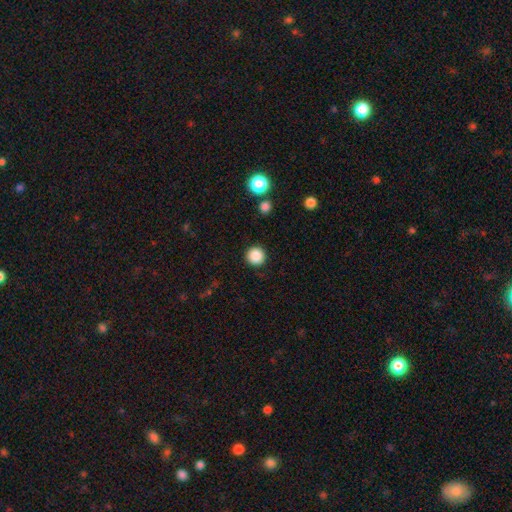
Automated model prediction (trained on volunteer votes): Smooth or featured? smooth (87%)
How rounded? round (96%)
Merging? none (92%)